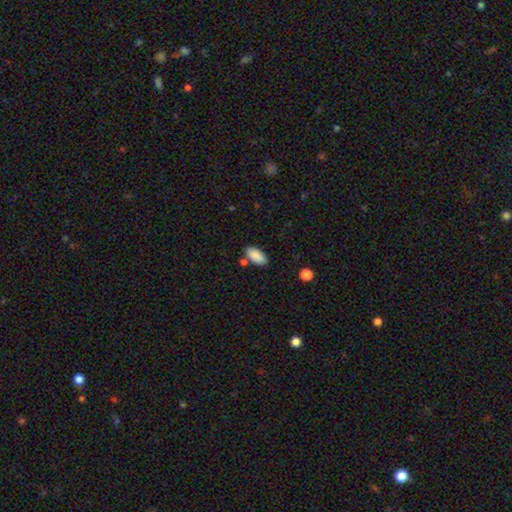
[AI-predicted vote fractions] smooth_or_featured: smooth (p=0.89) [alt: star or artifact p=0.07]
how_rounded: in between (p=0.93) [alt: cigar-shaped p=0.05]
merging: none (p=0.77) [alt: minor disturbance p=0.12]